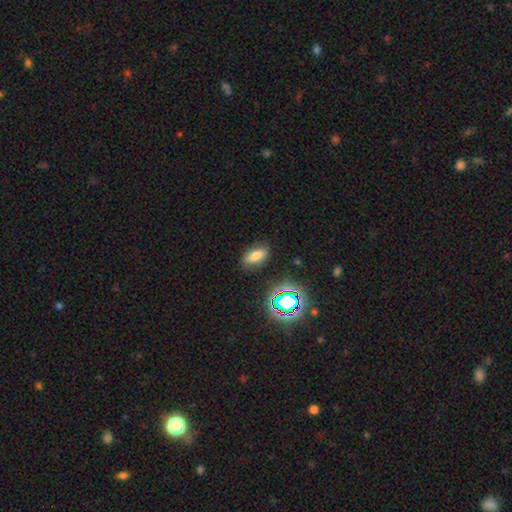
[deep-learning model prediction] Morphology: type=smooth (69%); roundness=in between (79%); merging=none (85%).